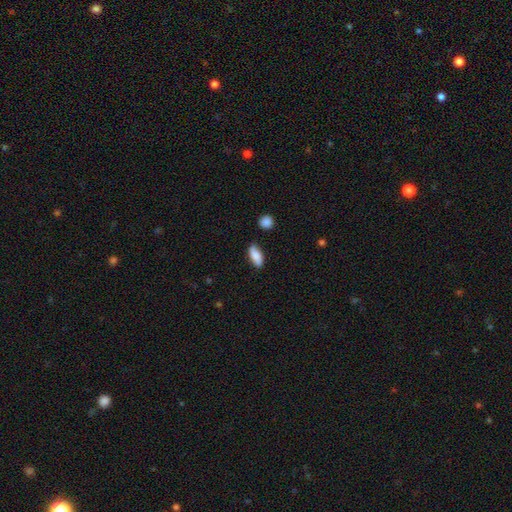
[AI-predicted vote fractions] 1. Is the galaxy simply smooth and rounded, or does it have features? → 80% smooth, 14% featured or disk, 7% star or artifact.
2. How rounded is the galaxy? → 81% in between, 16% cigar-shaped, 3% round.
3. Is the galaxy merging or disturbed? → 78% none, 16% minor disturbance, 3% merger, 3% major disturbance.